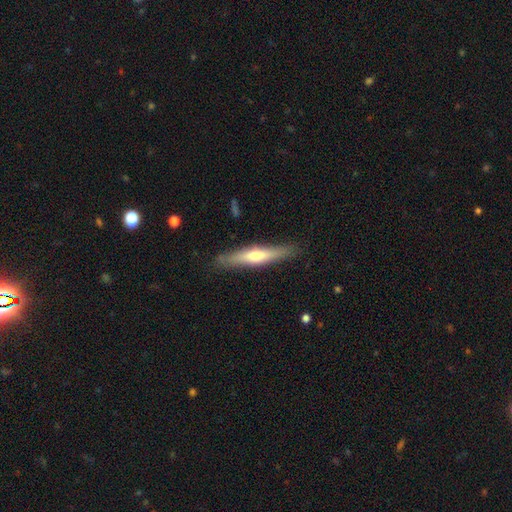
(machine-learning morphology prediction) type=featured or disk (51%); edge-on=yes (93%); merging=none (87%).